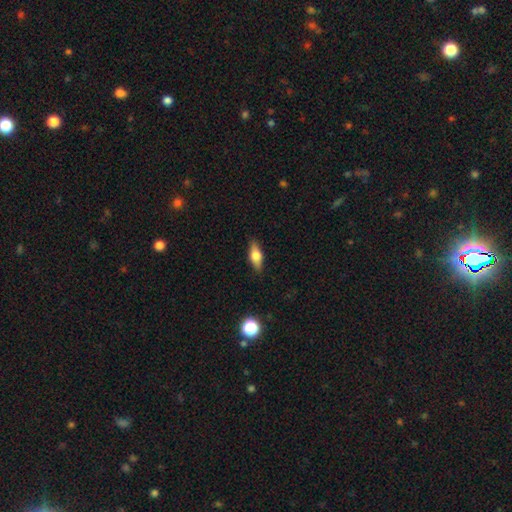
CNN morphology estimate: smooth_or_featured: smooth (p=0.57) [alt: featured or disk p=0.36]
how_rounded: in between (p=0.65) [alt: cigar-shaped p=0.31]
merging: none (p=0.87) [alt: minor disturbance p=0.09]